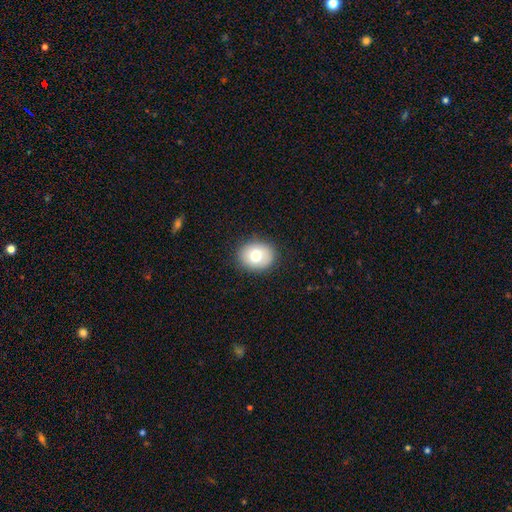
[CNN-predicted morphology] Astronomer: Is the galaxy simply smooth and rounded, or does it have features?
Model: smooth — 74%.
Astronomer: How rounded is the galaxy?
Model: round — 59% (runner-up: in between, 40%).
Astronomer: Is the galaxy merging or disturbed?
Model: none — 86%.